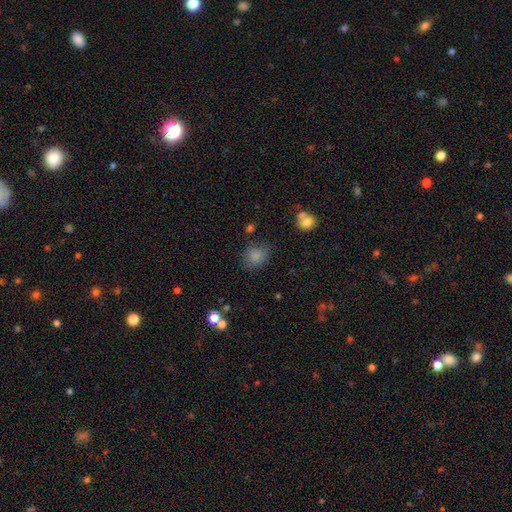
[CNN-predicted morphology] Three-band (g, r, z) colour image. It shows a smooth galaxy with no disk features (83%) that is round (74%). Merging: none (75%).